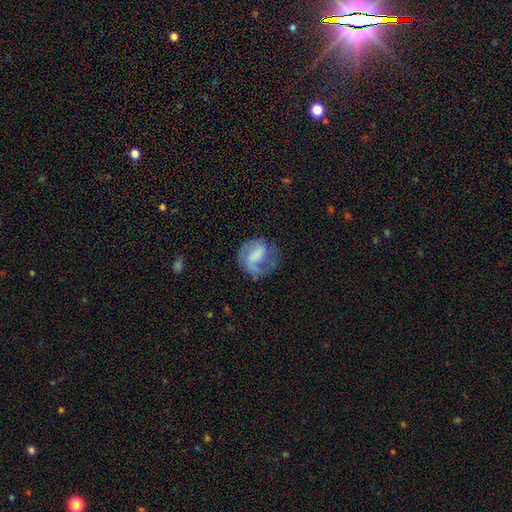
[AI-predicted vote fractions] This is likely a featured or disk galaxy (63%). It is clearly not viewed edge-on (97%). Bar: marginally weak (43%). Spiral arm pattern: clearly yes (82%). Spiral arm count: possibly 2 (52%). Spiral winding: marginally medium (42%). Central bulge: marginally none (40%). Merging: possibly none (52%).